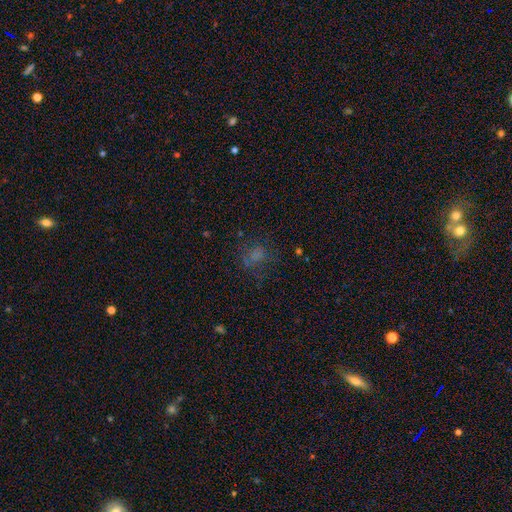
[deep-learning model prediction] Smooth or featured?
  - smooth: 55% *
  - star or artifact: 26%
  - featured or disk: 19%
How rounded?
  - round: 58% *
  - in between: 41%
  - cigar-shaped: 2%
Merging?
  - none: 58% *
  - major disturbance: 21%
  - minor disturbance: 19%
  - merger: 3%